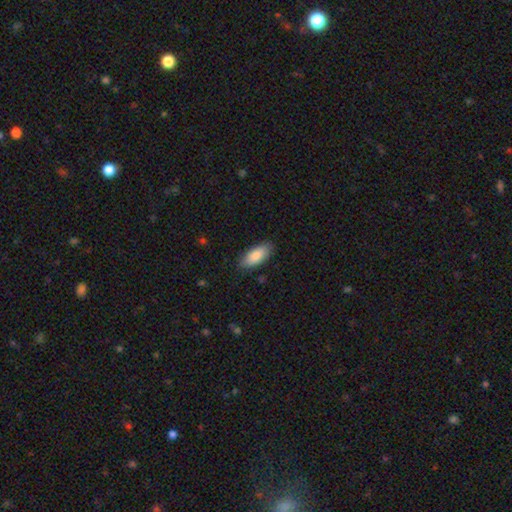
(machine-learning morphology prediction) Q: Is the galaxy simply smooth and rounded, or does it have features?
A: smooth — 86%.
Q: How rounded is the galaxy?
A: in between — 84%.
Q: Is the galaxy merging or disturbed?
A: none — 84%.